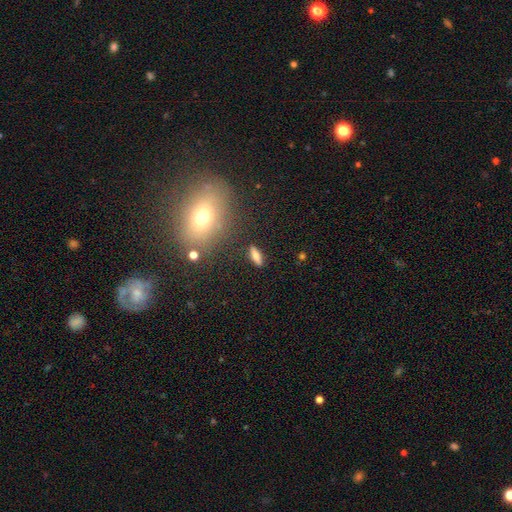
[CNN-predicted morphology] Q: Smooth or featured?
A: smooth (76%); runner-up: featured or disk (14%)
Q: How rounded?
A: cigar-shaped (50%); runner-up: in between (45%)
Q: Merging?
A: none (84%); runner-up: minor disturbance (10%)